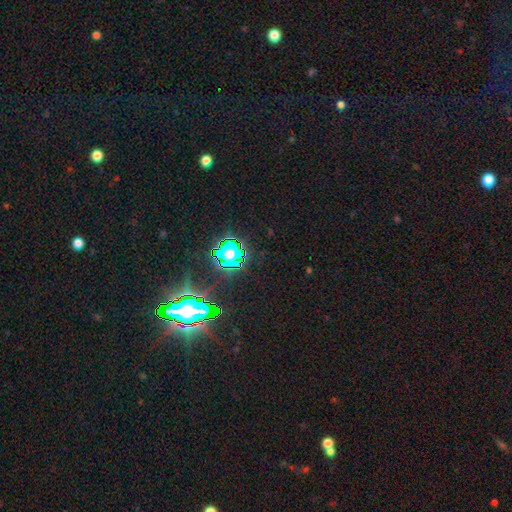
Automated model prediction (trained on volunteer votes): Overall: star or artifact (82%).